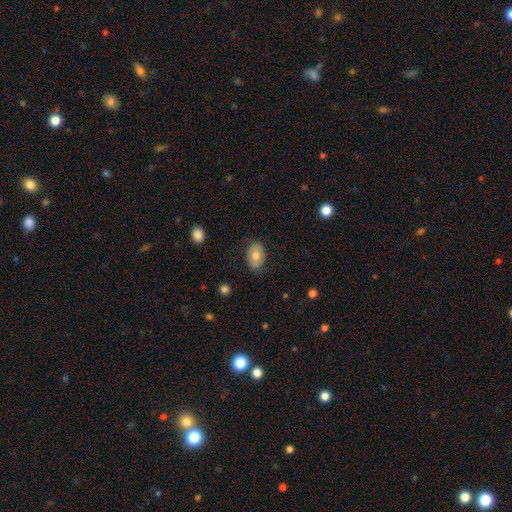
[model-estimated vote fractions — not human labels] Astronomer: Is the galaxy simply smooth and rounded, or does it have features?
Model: smooth — 68%.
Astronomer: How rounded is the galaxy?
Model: in between — 83%.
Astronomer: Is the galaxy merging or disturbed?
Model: none — 79%.